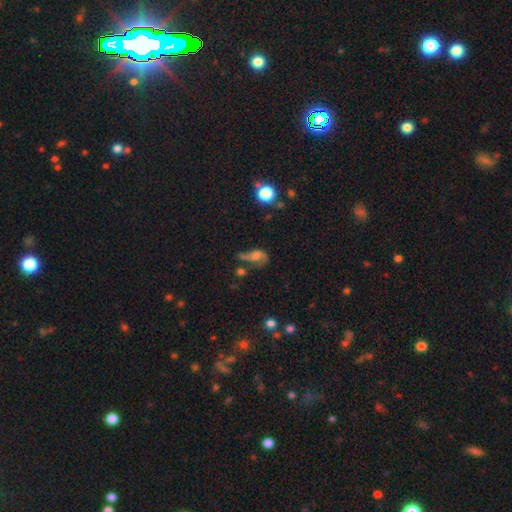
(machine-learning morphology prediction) Q: Smooth or featured?
A: featured or disk (53%); runner-up: smooth (33%)
Q: Edge-on disk?
A: no (94%); runner-up: yes (6%)
Q: Merging?
A: major disturbance (32%); runner-up: none (31%)